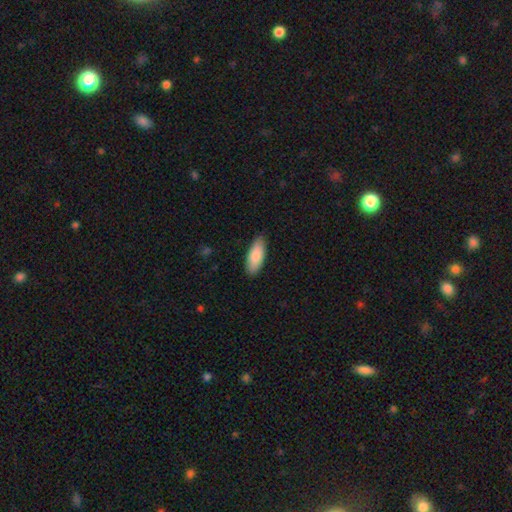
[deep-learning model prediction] Smooth or featured? smooth (85%)
How rounded? in between (80%)
Merging? none (86%)